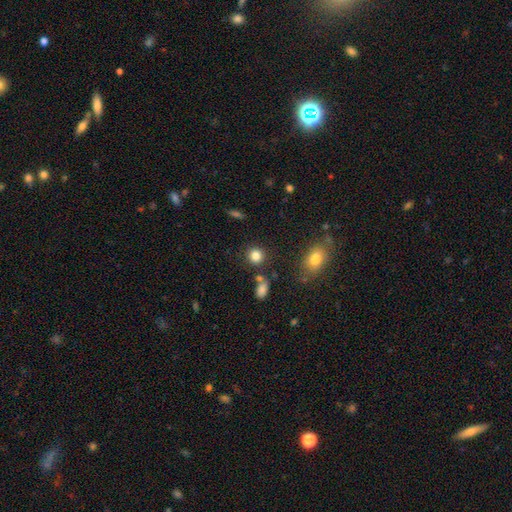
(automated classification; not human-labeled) Q: Smooth or featured?
A: smooth (83%); runner-up: star or artifact (12%)
Q: How rounded?
A: round (87%); runner-up: in between (12%)
Q: Merging?
A: none (83%); runner-up: minor disturbance (8%)